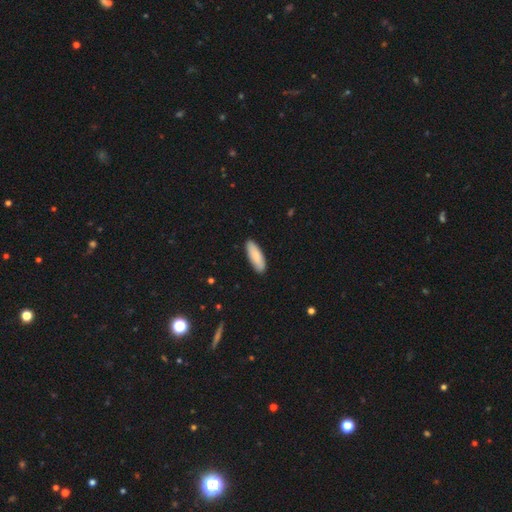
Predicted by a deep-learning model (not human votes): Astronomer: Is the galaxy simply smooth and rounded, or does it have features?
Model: smooth — 84%.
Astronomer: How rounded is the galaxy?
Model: in between — 57% (runner-up: cigar-shaped, 41%).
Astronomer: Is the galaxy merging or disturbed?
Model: none — 90%.